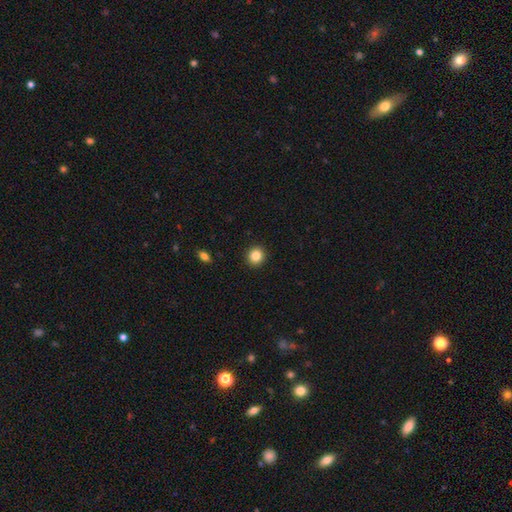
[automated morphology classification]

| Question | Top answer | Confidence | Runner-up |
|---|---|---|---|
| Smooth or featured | smooth | 84% | star or artifact (11%) |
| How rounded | round | 88% | in between (11%) |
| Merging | none | 93% | minor disturbance (5%) |